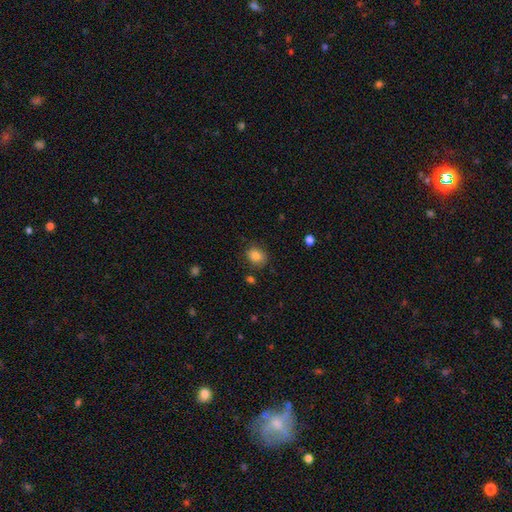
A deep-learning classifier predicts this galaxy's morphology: Smooth or featured?
  - smooth: 83% *
  - star or artifact: 10%
  - featured or disk: 7%
How rounded?
  - round: 59% *
  - in between: 40%
  - cigar-shaped: 1%
Merging?
  - none: 80% *
  - minor disturbance: 14%
  - major disturbance: 3%
  - merger: 3%